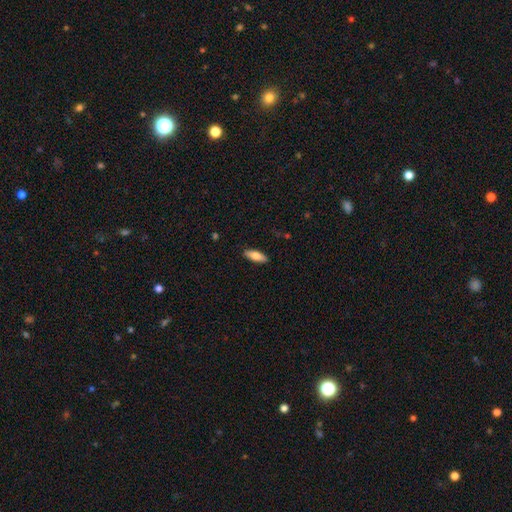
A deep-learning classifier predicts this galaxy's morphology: Overall: smooth (73%). How rounded: in between (65%; cigar-shaped 33%). Merging: none (88%).